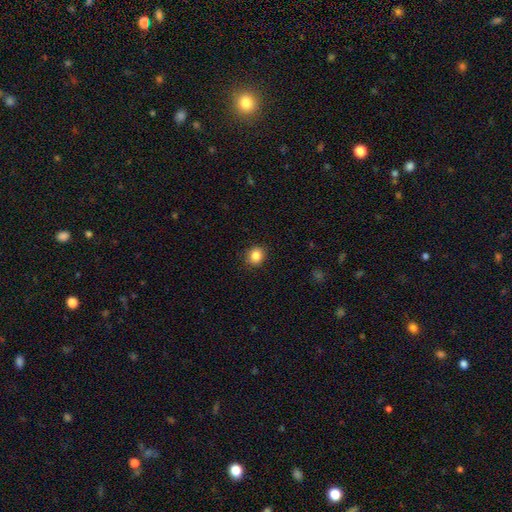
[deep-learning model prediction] Smooth or featured: smooth — 86% (star or artifact — 10%)
How rounded: round — 78% (in between — 21%)
Merging: none — 90% (minor disturbance — 7%)